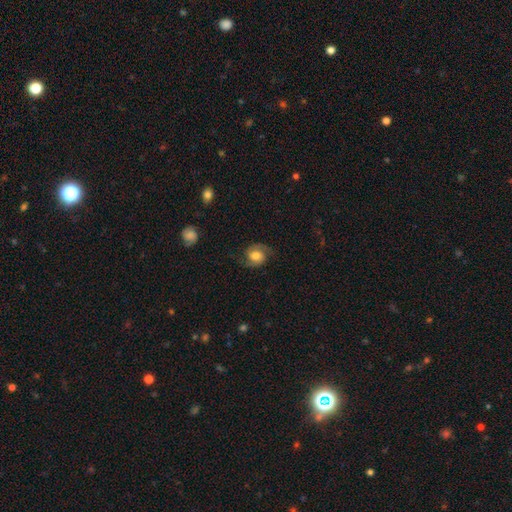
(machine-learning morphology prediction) smooth-or-featured: featured or disk: 65% | smooth: 27% | star or artifact: 8%
  disk-edge-on: no: 97% | yes: 3%
    bar: no: 64% | weak: 29% | strong: 7%
    has-spiral-arms: yes: 93% | no: 7%
      spiral-winding: medium: 49% | loose: 27% | tight: 23%
      spiral-arm-count: 2: 91% | can't tell: 4% | 1: 2% | 3: 1% | 4: 1% | more than 4: 1%
    bulge-size: moderate: 59% | large: 24% | small: 11% | dominant: 3% | none: 3%
  merging: none: 76% | minor disturbance: 16% | major disturbance: 7% | merger: 1%